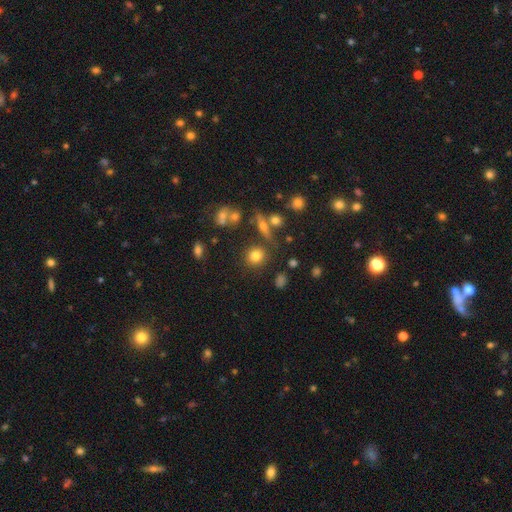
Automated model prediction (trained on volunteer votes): This is likely a smooth galaxy (77%). How rounded: clearly round (81%). Merging: likely none (80%).